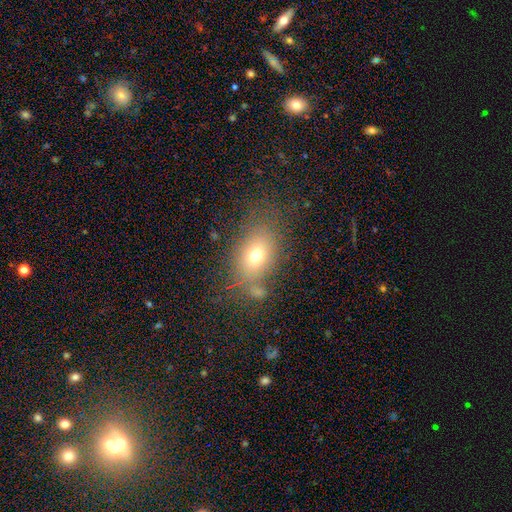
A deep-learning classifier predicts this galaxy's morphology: This appears to be a smooth galaxy with no disk features (69%) that is in between round and cigar-shaped (74%). Merging: none (68%).